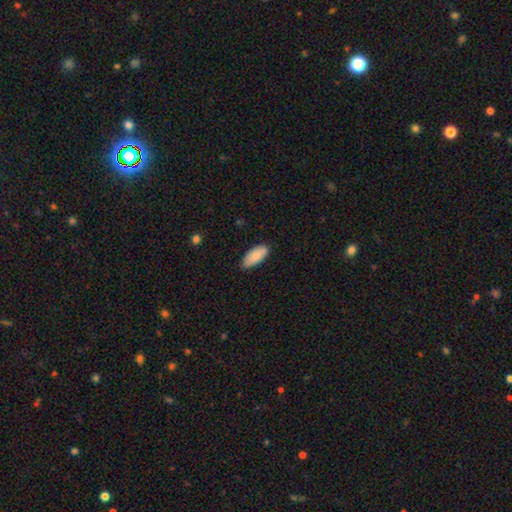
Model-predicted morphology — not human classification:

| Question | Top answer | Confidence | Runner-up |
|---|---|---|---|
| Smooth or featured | smooth | 86% | featured or disk (8%) |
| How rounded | in between | 87% | cigar-shaped (11%) |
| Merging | none | 78% | minor disturbance (19%) |